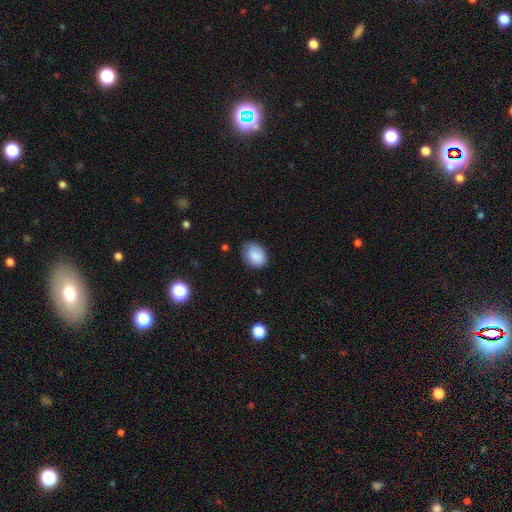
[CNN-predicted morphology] The model was most divided on "how rounded": in between: 67%, round: 32%, cigar-shaped: 1%. More confident: smooth or featured — smooth (87%); merging — none (73%).